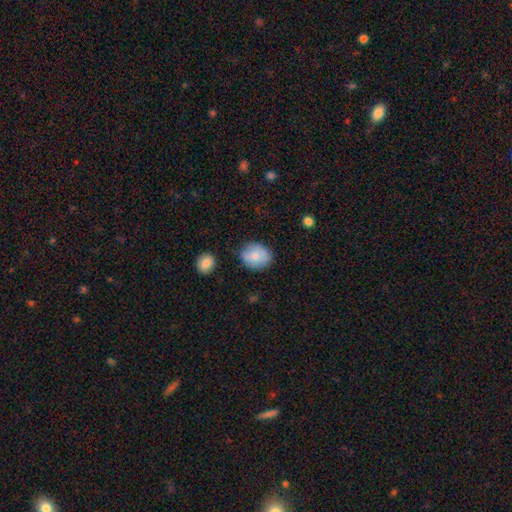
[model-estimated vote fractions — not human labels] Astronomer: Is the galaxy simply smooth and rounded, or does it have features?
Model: smooth — 76%.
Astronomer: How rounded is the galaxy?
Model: round — 56% (runner-up: in between, 43%).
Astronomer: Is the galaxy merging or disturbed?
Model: none — 77%.